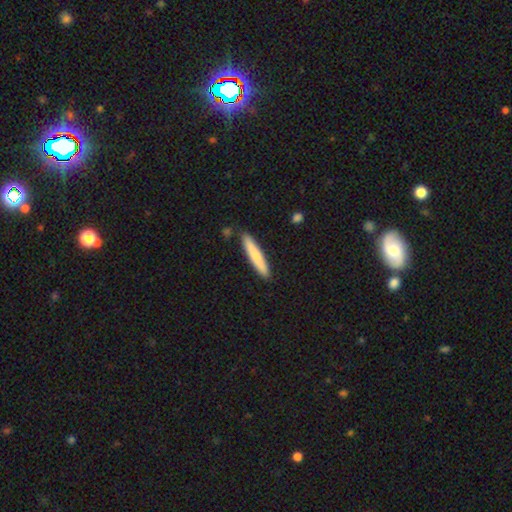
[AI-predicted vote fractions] smooth 72%, featured or disk 23%, star or artifact 5%. Down the decision tree: how rounded — cigar-shaped (93%); merging — none (88%).